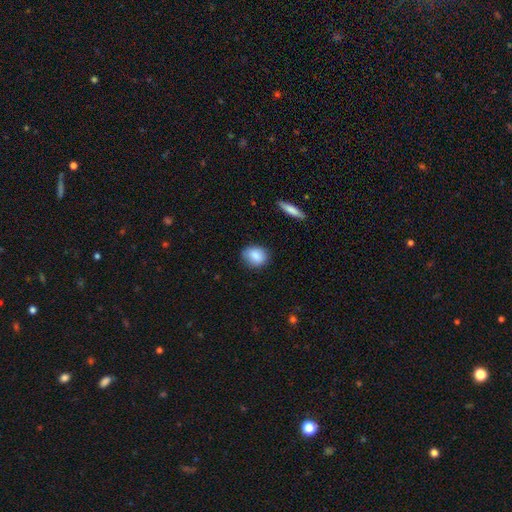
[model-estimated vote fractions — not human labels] Smooth or featured: smooth — 86% (star or artifact — 7%)
How rounded: round — 54% (in between — 44%)
Merging: none — 82% (minor disturbance — 14%)